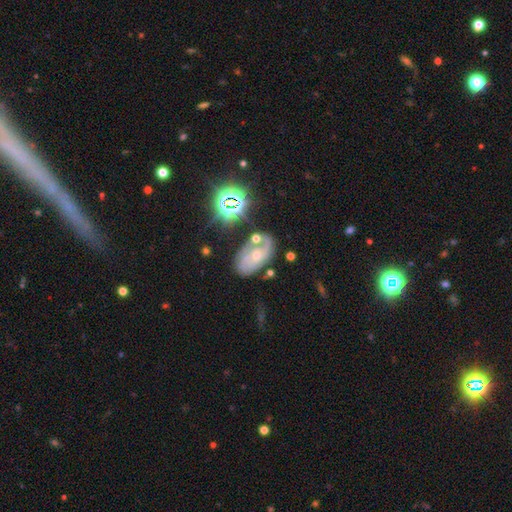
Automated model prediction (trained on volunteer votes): This is likely a featured or disk galaxy (67%). It is clearly not viewed edge-on (96%). Bar: likely no (72%). Spiral arm pattern: clearly yes (83%). Spiral arm count: marginally 2 (40%). Spiral winding: possibly tight (48%). Central bulge: possibly small (58%). Merging: possibly none (52%).